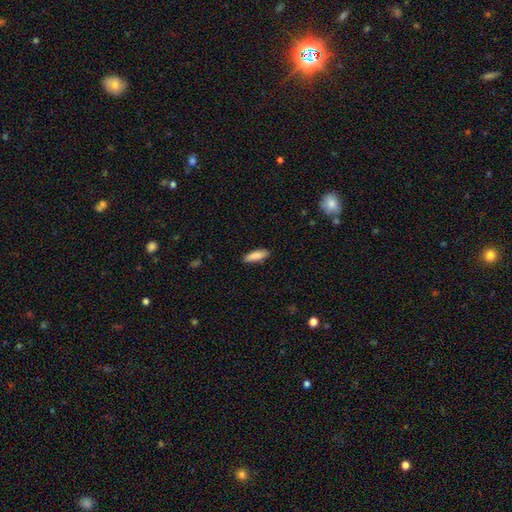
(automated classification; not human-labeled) Smooth or featured? Predicted: smooth (p=0.88). How rounded? Predicted: in between (p=0.54). Merging? Predicted: none (p=0.87).